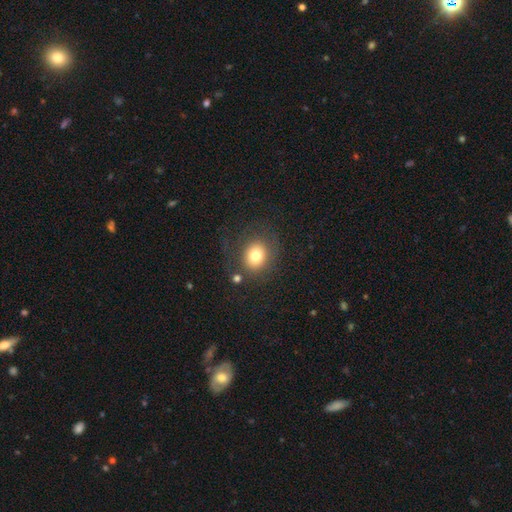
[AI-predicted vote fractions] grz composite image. It shows a smooth galaxy with no disk features (75%) that is round (64%). Merging: none (70%).